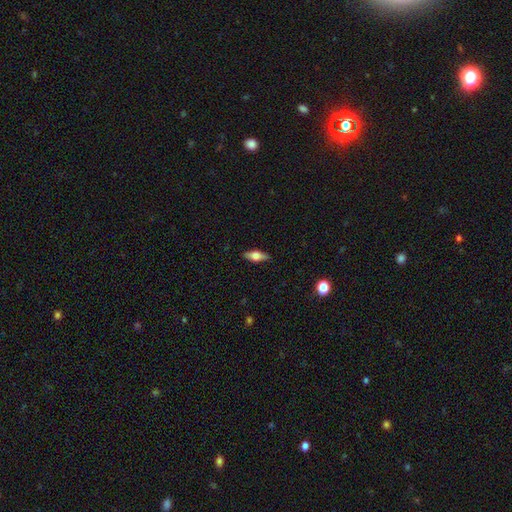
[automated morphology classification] Overall: smooth (56%; featured or disk 38%). How rounded: in between (64%; cigar-shaped 32%). Merging: none (88%).